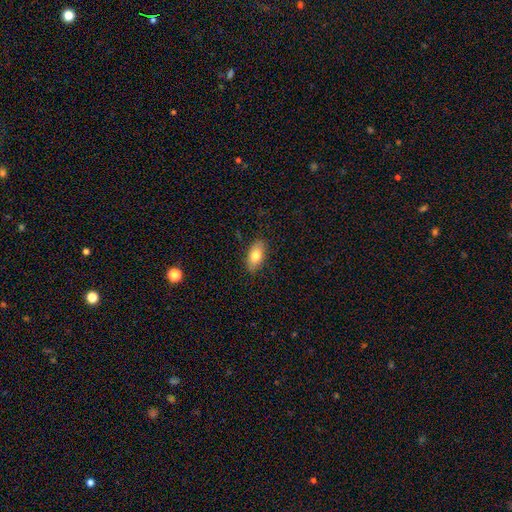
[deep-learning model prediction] This is likely a smooth galaxy (77%). How rounded: clearly in between (90%). Merging: clearly none (86%).